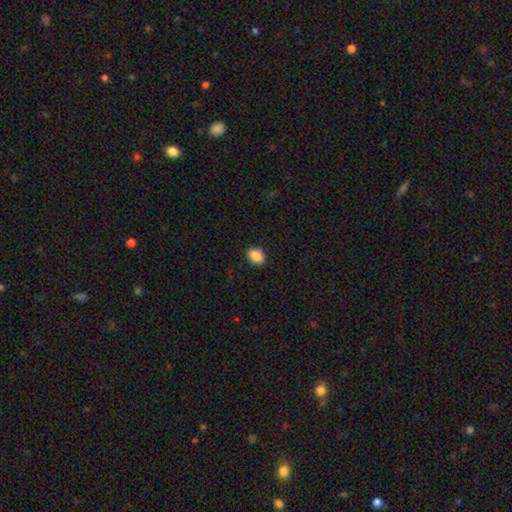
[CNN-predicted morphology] type=smooth (87%); roundness=in between (71%); merging=none (84%).